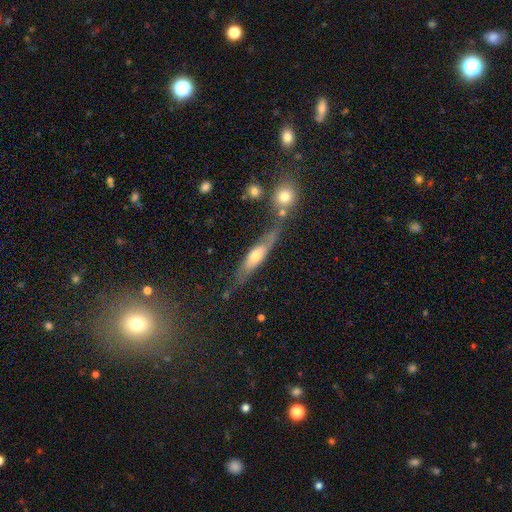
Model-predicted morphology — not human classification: smooth-or-featured: featured or disk: 53% | smooth: 39% | star or artifact: 8%
  disk-edge-on: yes: 55% | no: 45%
  merging: none: 44% | minor disturbance: 22% | merger: 20% | major disturbance: 15%